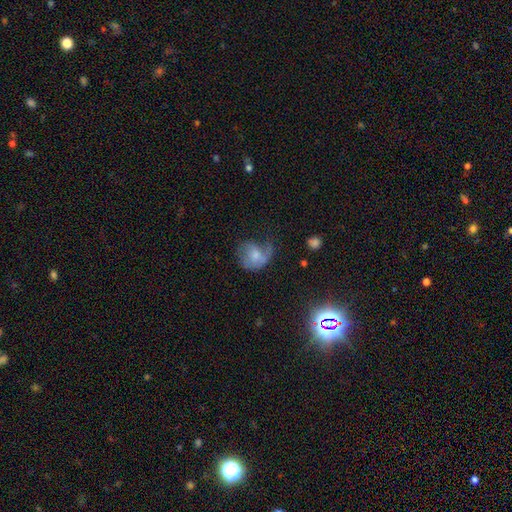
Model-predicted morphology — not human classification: smooth 52%, featured or disk 39%, star or artifact 9%. Down the decision tree: how rounded — round (57%); merging — major disturbance (45%).